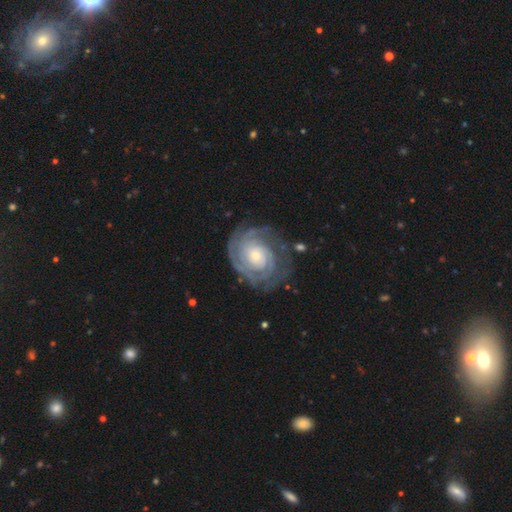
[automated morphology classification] Overall: featured or disk (84%). Edge-on disk: no (97%). Bar: no (77%). Spiral arms: yes (95%). Spiral arm count: can't tell (36%; 2 20%). Spiral winding: tight (77%). Bulge size: small (49%; moderate 39%). Merging: none (71%).